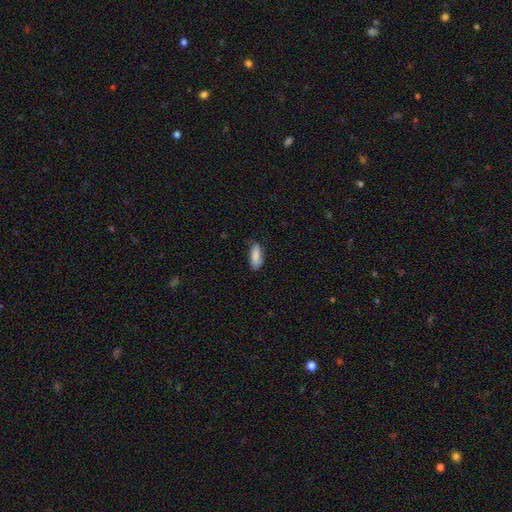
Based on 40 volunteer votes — smooth 90%, featured or disk 5%, star or artifact 5%. Down the decision tree: how rounded — in between (61%); merging — none (66%).